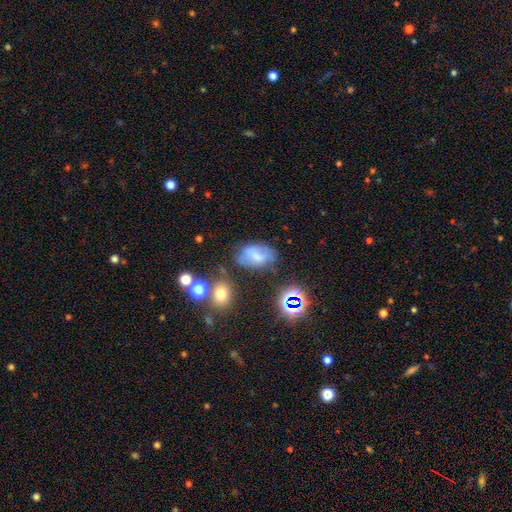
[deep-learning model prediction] Q: Smooth or featured?
A: smooth (54%); runner-up: featured or disk (30%)
Q: How rounded?
A: in between (88%); runner-up: round (11%)
Q: Merging?
A: none (50%); runner-up: minor disturbance (27%)